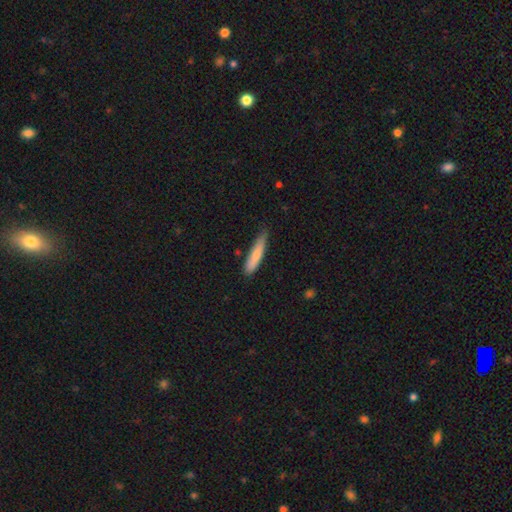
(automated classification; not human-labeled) This appears to be a smooth galaxy with no disk features (74%) that is cigar-shaped (85%). Merging: none (72%).